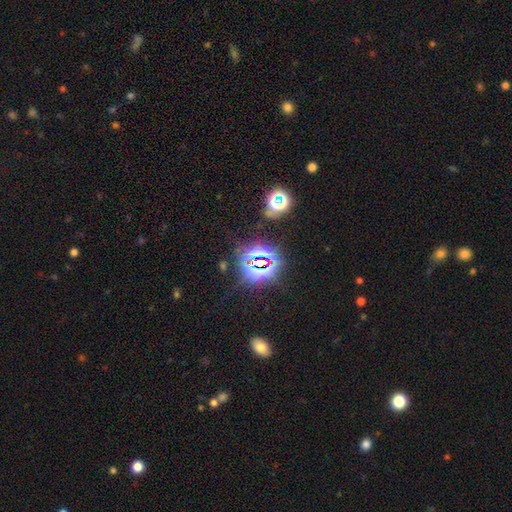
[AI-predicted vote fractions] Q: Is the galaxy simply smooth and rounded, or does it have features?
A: star or artifact — 80%.